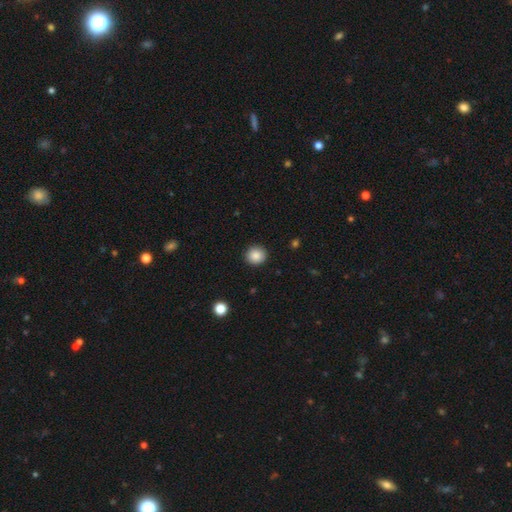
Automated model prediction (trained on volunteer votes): Smooth or featured? Predicted: smooth (p=0.87). How rounded? Predicted: round (p=0.90). Merging? Predicted: none (p=0.92).